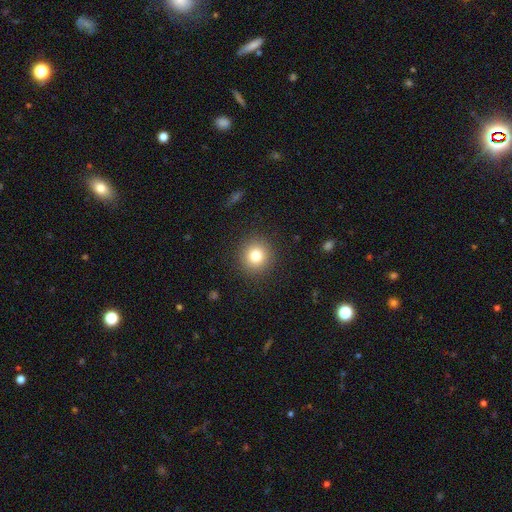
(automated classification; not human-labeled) smooth_or_featured: smooth (p=0.80) [alt: star or artifact p=0.12]
how_rounded: round (p=0.93) [alt: in between p=0.06]
merging: none (p=0.90) [alt: minor disturbance p=0.06]